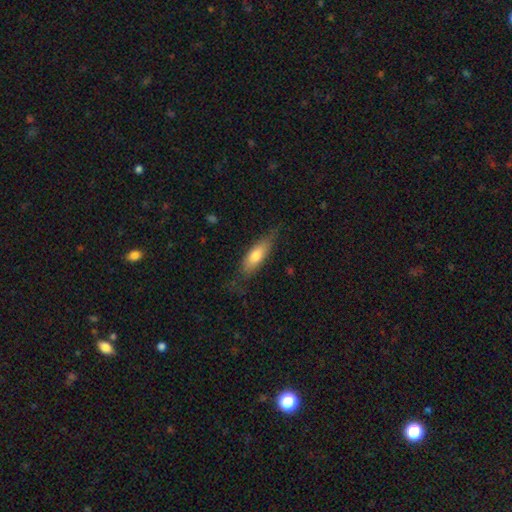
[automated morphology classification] type=smooth (66%); roundness=in between (57%); merging=none (67%).